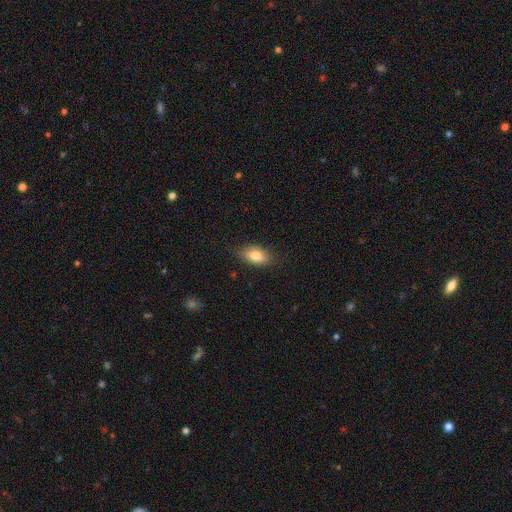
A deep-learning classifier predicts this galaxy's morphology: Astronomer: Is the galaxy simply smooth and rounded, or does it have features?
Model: smooth — 79%.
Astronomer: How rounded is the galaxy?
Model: in between — 88%.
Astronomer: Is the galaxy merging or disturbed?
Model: none — 82%.